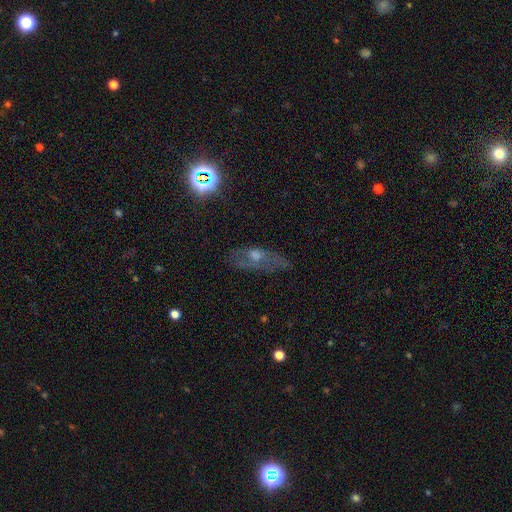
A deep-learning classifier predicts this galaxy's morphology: Smooth or featured?
  - featured or disk: 49% *
  - smooth: 31%
  - star or artifact: 20%
Merging?
  - none: 61% *
  - minor disturbance: 23%
  - major disturbance: 14%
  - merger: 3%